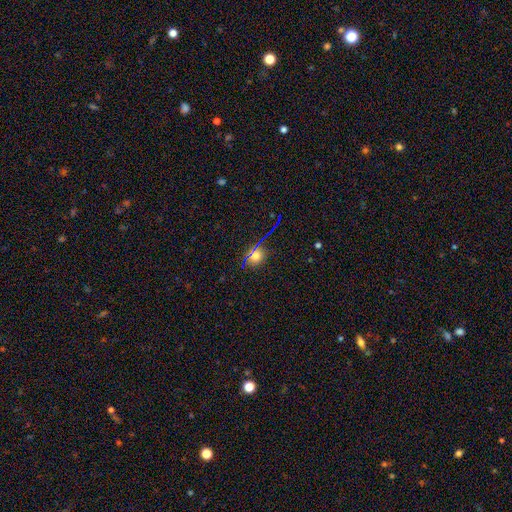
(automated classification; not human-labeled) Smooth or featured?
  - smooth: 56% *
  - star or artifact: 34%
  - featured or disk: 11%
How rounded?
  - round: 77% *
  - in between: 21%
  - cigar-shaped: 2%
Merging?
  - none: 82% *
  - minor disturbance: 10%
  - major disturbance: 5%
  - merger: 3%